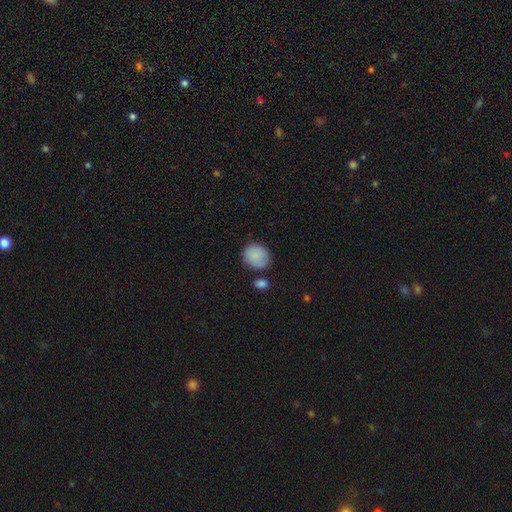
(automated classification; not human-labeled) Q: Smooth or featured?
A: smooth (88%); runner-up: star or artifact (7%)
Q: How rounded?
A: round (75%); runner-up: in between (24%)
Q: Merging?
A: none (73%); runner-up: minor disturbance (16%)